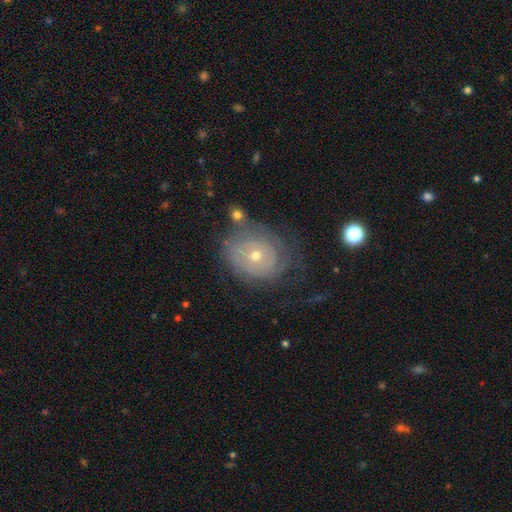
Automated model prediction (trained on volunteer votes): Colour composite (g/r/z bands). It shows a featured or disk galaxy (65%) with no bar (84%), spiral arms (71%) and a small central bulge (53%). Merging: none (56%).